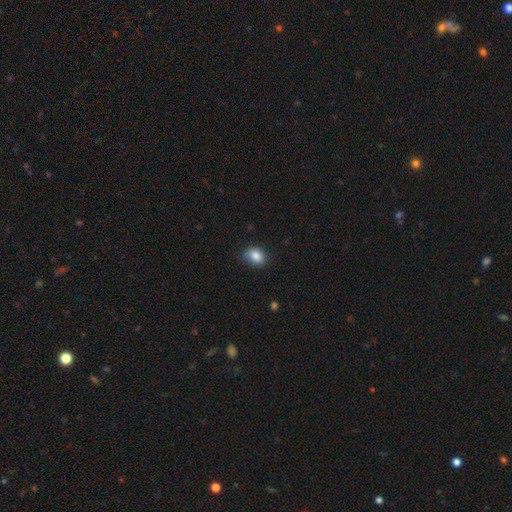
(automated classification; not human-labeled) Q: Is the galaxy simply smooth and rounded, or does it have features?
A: smooth — 85%.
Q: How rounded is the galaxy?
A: in between — 57%.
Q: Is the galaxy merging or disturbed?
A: none — 73%.